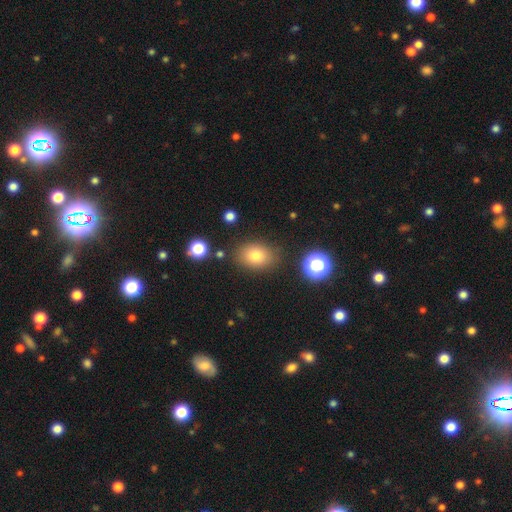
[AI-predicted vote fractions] Overall: smooth (78%). How rounded: in between (72%). Merging: none (82%).